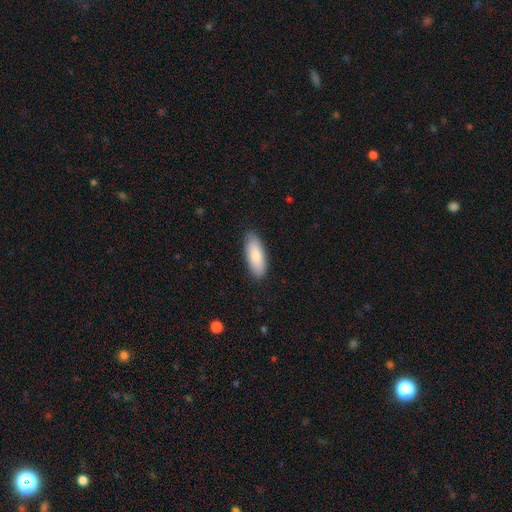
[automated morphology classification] Q: Smooth or featured?
A: smooth (85%); runner-up: featured or disk (10%)
Q: How rounded?
A: in between (72%); runner-up: cigar-shaped (27%)
Q: Merging?
A: none (86%); runner-up: minor disturbance (11%)